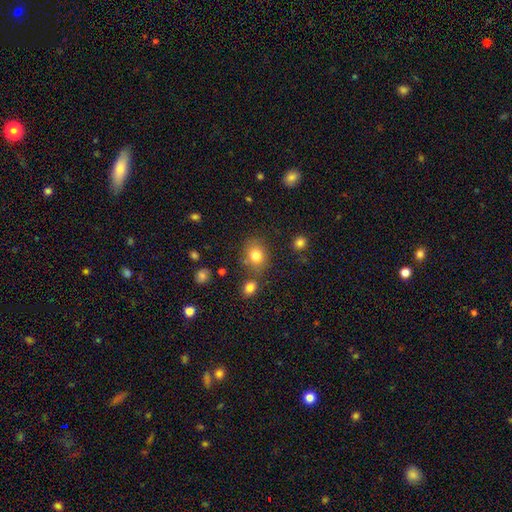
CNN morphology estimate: This appears to be a smooth galaxy with no disk features (80%) that is round (62%). Merging: none (75%).